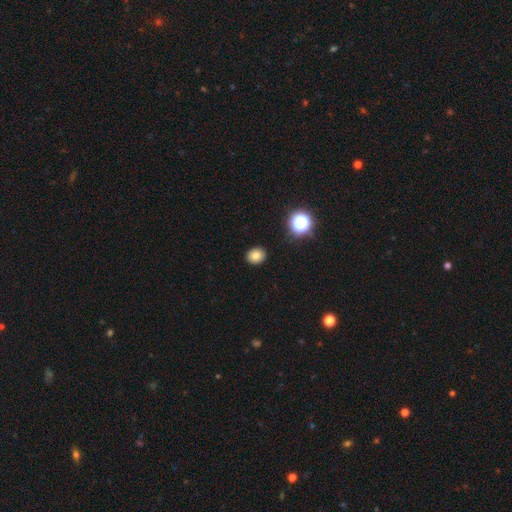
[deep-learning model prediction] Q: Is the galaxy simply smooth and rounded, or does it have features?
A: smooth — 79%.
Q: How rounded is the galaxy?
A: round — 65%.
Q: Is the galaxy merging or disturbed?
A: none — 90%.